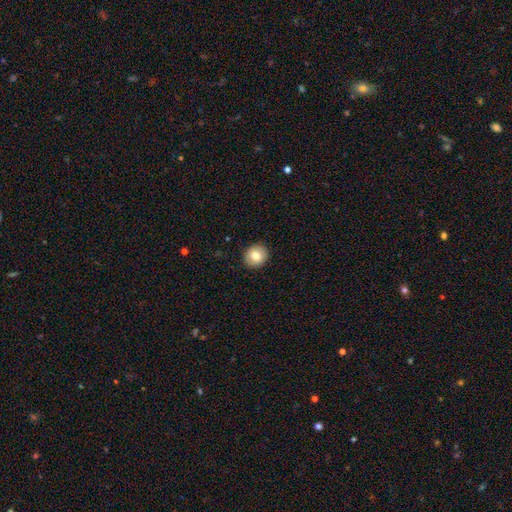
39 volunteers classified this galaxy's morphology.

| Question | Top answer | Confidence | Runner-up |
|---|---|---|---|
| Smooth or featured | smooth | 95% | featured or disk (3%) |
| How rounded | round | 81% | in between (19%) |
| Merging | none | 92% | minor disturbance (8%) |